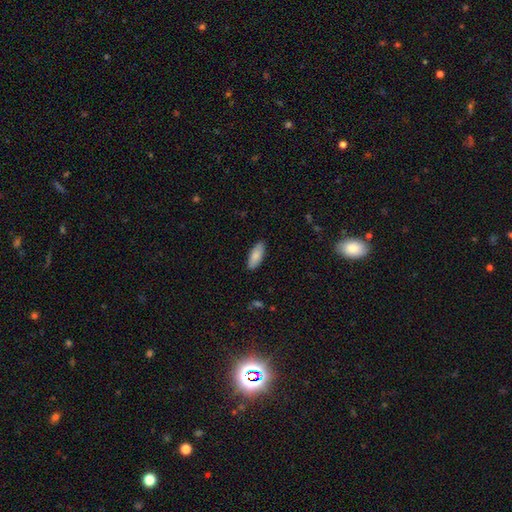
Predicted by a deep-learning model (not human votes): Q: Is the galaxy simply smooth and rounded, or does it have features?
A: smooth — 86%.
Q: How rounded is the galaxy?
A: in between — 74%.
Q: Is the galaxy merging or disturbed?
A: none — 88%.